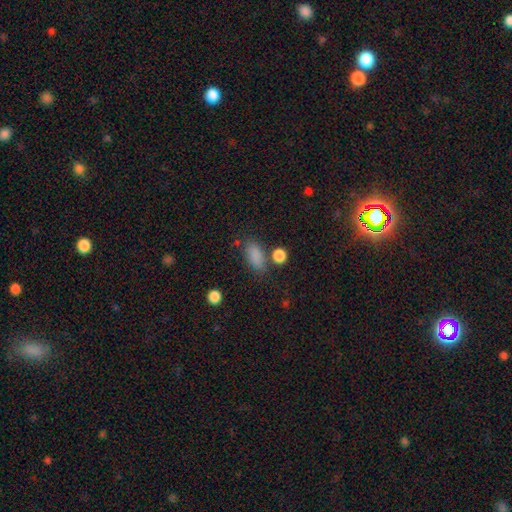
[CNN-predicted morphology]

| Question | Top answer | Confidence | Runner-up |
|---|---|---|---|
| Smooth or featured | smooth | 85% | star or artifact (10%) |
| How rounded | in between | 87% | round (7%) |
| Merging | none | 71% | minor disturbance (15%) |